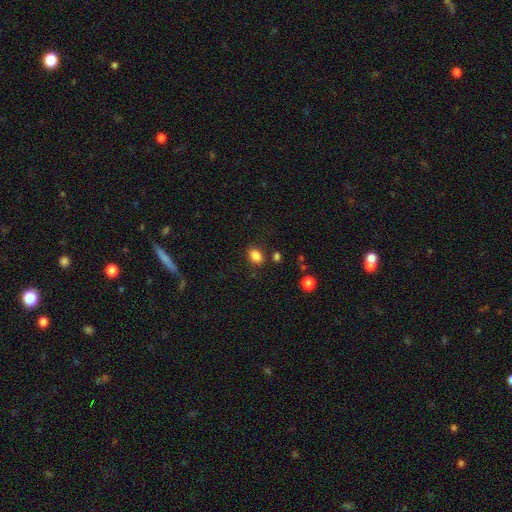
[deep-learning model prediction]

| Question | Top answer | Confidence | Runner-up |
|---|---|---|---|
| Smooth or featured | smooth | 86% | star or artifact (10%) |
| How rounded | in between | 80% | round (19%) |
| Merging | none | 82% | minor disturbance (11%) |